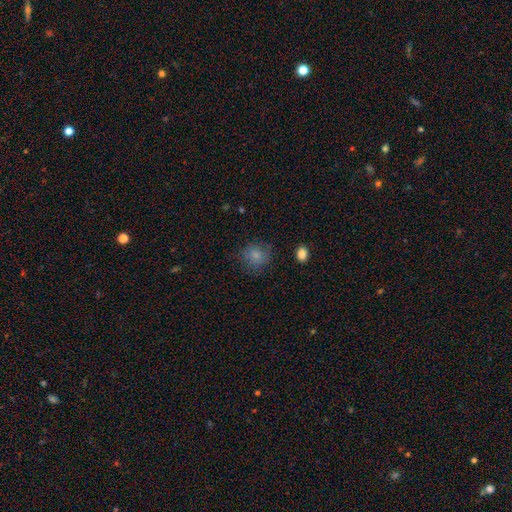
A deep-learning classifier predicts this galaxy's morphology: type=smooth (82%); roundness=round (82%); merging=none (75%).